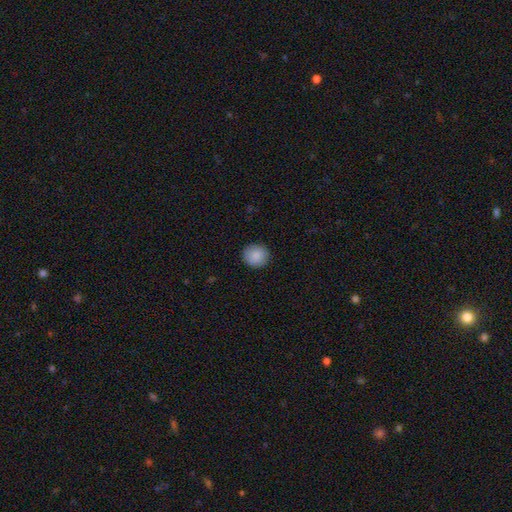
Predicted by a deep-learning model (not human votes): Smooth or featured? Predicted: smooth (p=0.89). How rounded? Predicted: round (p=0.90). Merging? Predicted: none (p=0.91).